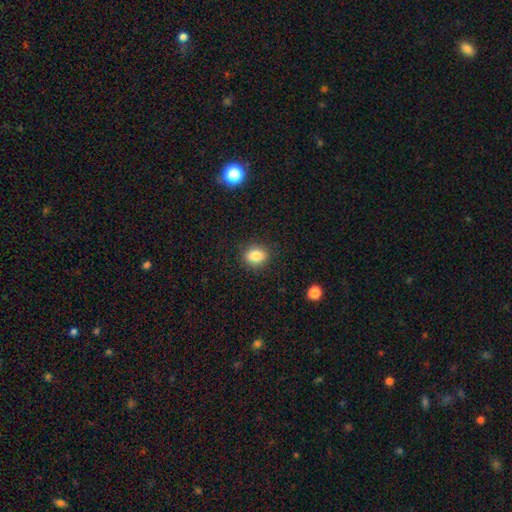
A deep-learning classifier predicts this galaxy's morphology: smooth_or_featured: smooth (p=0.84) [alt: star or artifact p=0.10]
how_rounded: in between (p=0.53) [alt: round p=0.46]
merging: none (p=0.87) [alt: minor disturbance p=0.09]